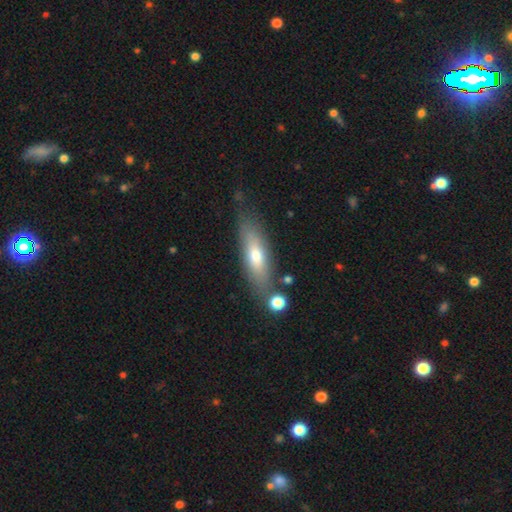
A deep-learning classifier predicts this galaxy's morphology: Smooth or featured?
  - smooth: 59% *
  - featured or disk: 34%
  - star or artifact: 7%
How rounded?
  - cigar-shaped: 59% *
  - in between: 39%
  - round: 2%
Merging?
  - none: 73% *
  - minor disturbance: 16%
  - merger: 6%
  - major disturbance: 5%